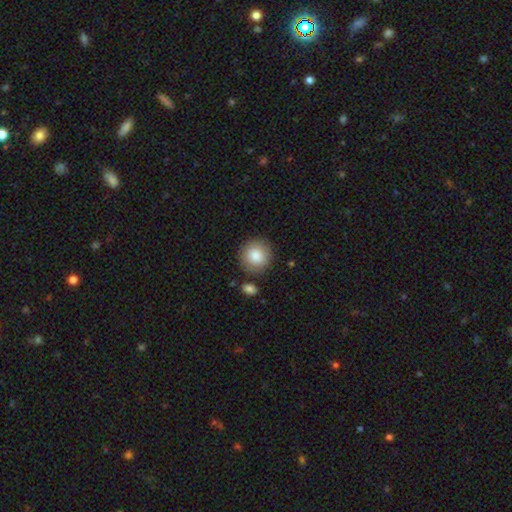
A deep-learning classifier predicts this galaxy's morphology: Smooth or featured: smooth — 86% (star or artifact — 7%)
How rounded: round — 92% (in between — 7%)
Merging: none — 83% (minor disturbance — 10%)